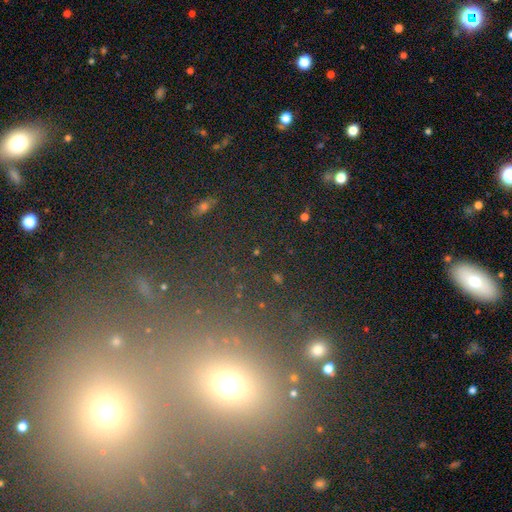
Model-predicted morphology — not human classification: Smooth or featured? Predicted: star or artifact (p=0.54).